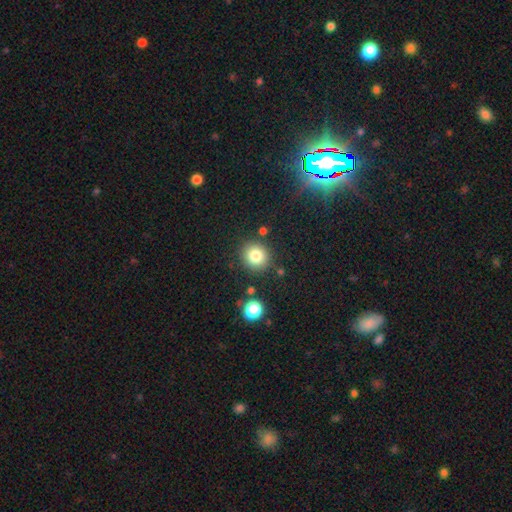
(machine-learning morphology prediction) This appears to be a smooth galaxy with no disk features (81%) that is round (89%). Merging: none (85%).